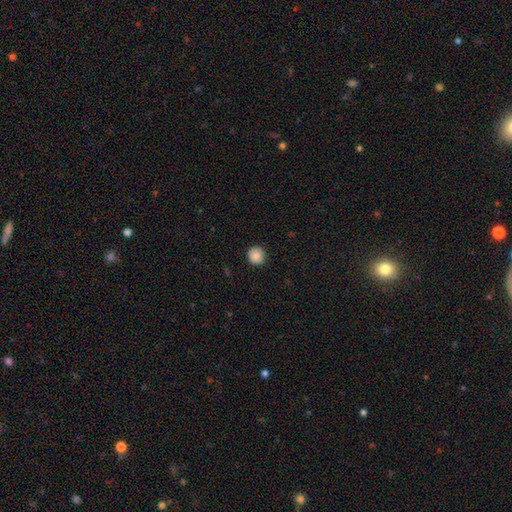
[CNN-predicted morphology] Overall: smooth (87%). How rounded: round (94%). Merging: none (91%).